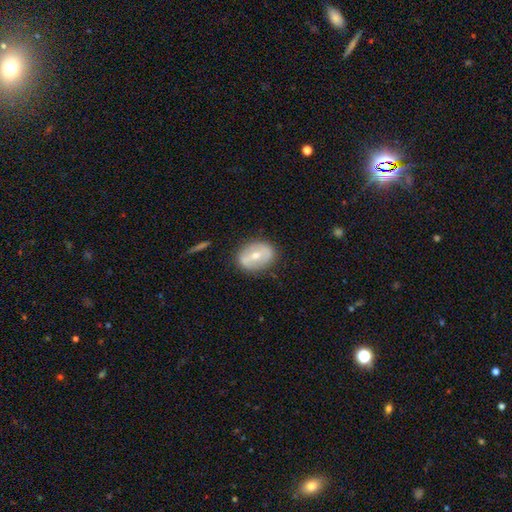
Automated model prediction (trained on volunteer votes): A featured or disk galaxy (53%). Merging: none (82%).